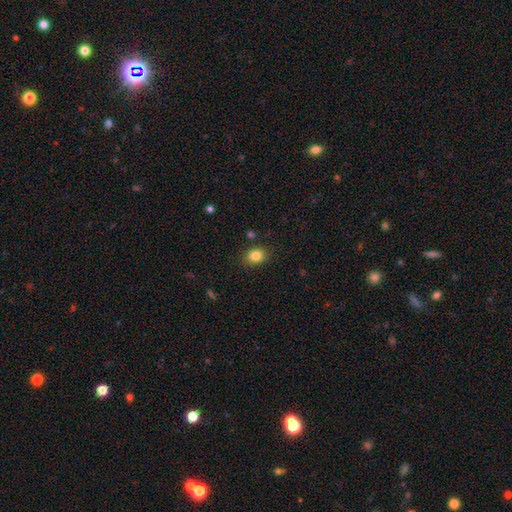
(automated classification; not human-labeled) Smooth or featured: smooth — 84% (star or artifact — 10%)
How rounded: in between — 53% (round — 46%)
Merging: none — 86% (minor disturbance — 9%)